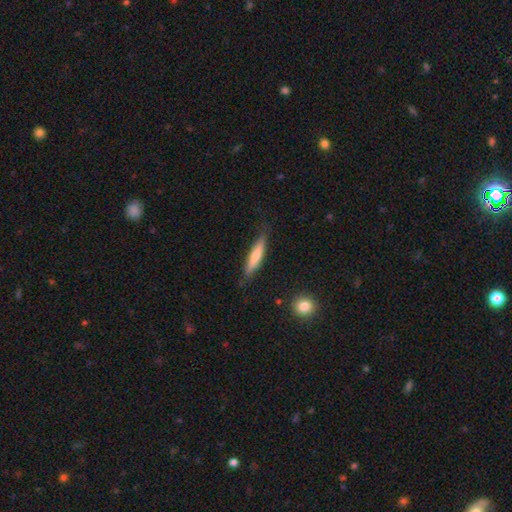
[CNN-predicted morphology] This appears to be a smooth galaxy with no disk features (67%) that is cigar-shaped (86%). Merging: none (80%).